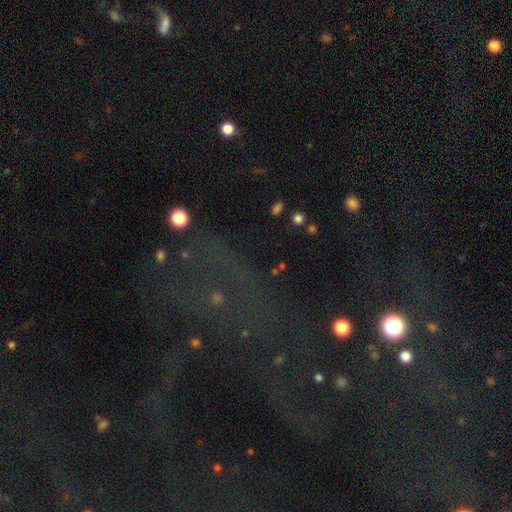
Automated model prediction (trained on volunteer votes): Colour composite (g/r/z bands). It shows a star or artifact, not a galaxy (65%).